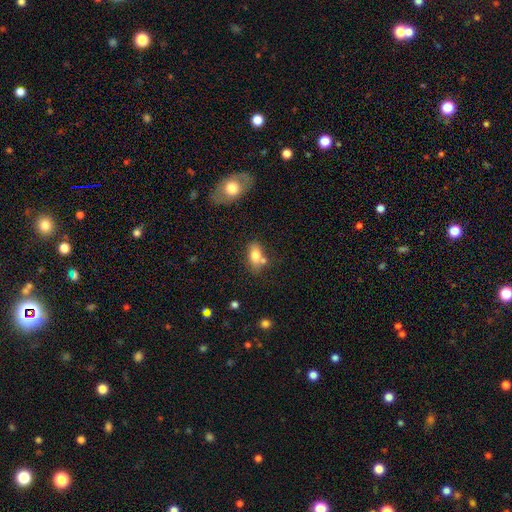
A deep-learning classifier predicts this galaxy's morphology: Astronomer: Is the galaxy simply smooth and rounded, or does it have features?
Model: smooth — 78%.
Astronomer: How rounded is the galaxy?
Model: in between — 85%.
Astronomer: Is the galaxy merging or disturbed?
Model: none — 55%.